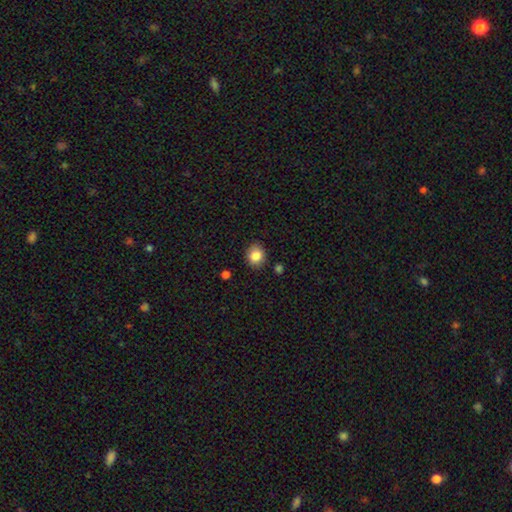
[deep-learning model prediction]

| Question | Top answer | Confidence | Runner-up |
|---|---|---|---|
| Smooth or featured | smooth | 84% | star or artifact (10%) |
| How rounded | round | 69% | in between (31%) |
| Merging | none | 87% | minor disturbance (9%) |